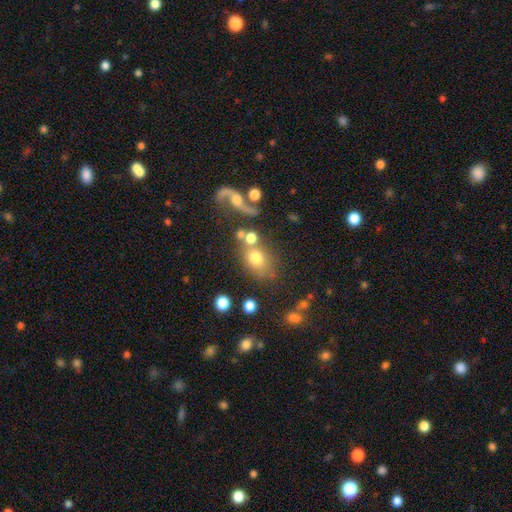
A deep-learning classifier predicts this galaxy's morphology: The model was most divided on "how rounded": round: 55%, in between: 43%, cigar-shaped: 2%. More confident: merging — none (58%); smooth or featured — smooth (52%).